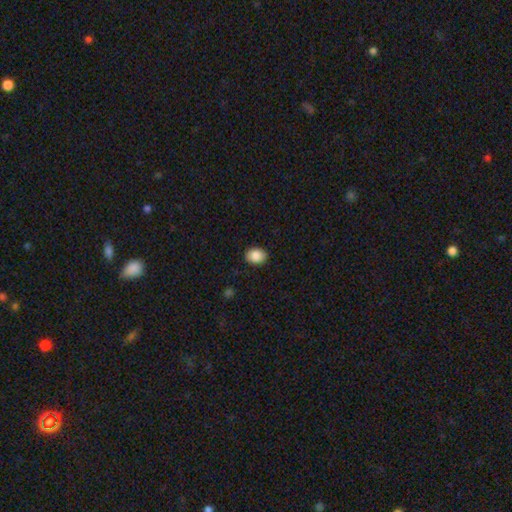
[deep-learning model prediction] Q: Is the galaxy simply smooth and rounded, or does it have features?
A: smooth — 88%.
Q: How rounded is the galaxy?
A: in between — 61%.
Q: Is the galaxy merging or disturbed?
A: none — 89%.